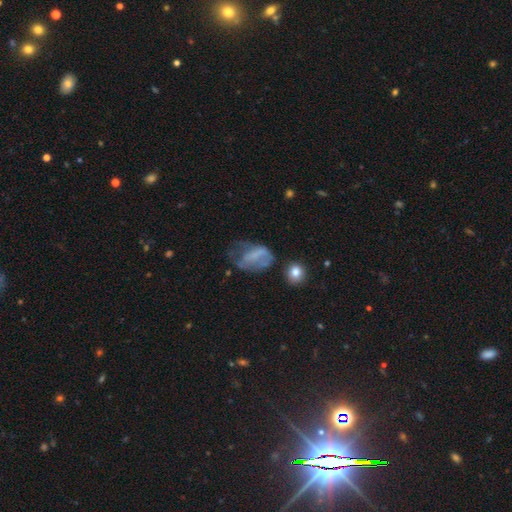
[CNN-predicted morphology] This appears to be a smooth galaxy with no disk features (48%). Merging: major disturbance (42%).